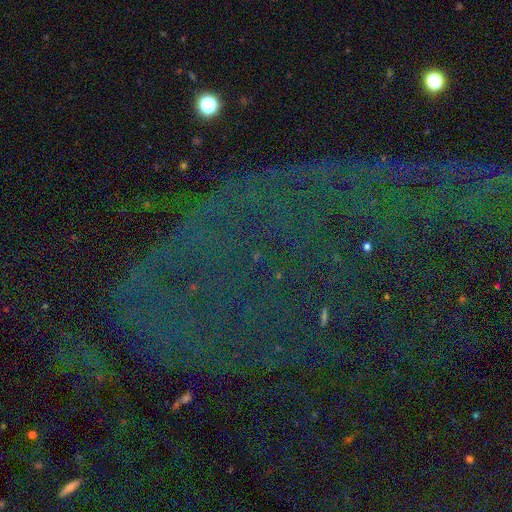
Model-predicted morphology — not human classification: Smooth or featured?
  - star or artifact: 84% *
  - featured or disk: 8%
  - smooth: 8%